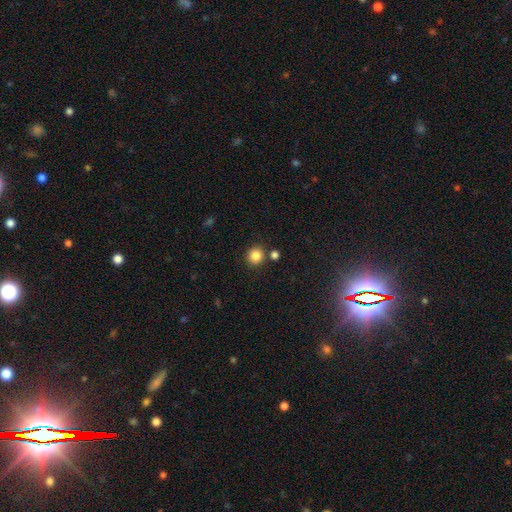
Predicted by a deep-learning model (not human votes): Smooth or featured: smooth — 85% (star or artifact — 11%)
How rounded: round — 90% (in between — 9%)
Merging: none — 82% (merger — 8%)